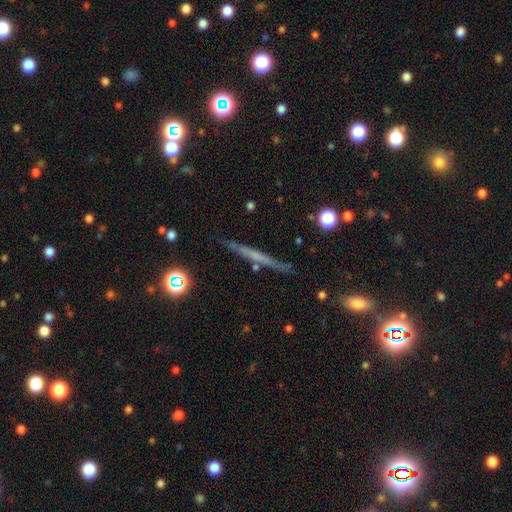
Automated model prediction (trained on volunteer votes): Smooth or featured? Predicted: featured or disk (p=0.52). Edge-on disk? Predicted: yes (p=0.96). Merging? Predicted: none (p=0.86).